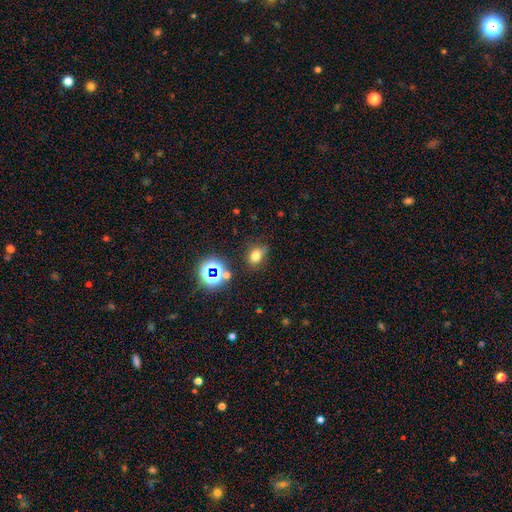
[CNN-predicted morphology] smooth-or-featured: smooth: 71% | star or artifact: 21% | featured or disk: 8%
  how-rounded: in between: 55% | round: 44% | cigar-shaped: 1%
  merging: none: 70% | minor disturbance: 19% | major disturbance: 6% | merger: 6%